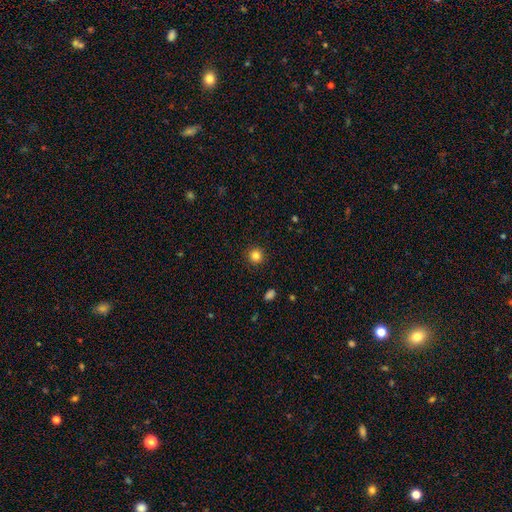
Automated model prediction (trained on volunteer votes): Overall: smooth (83%). How rounded: round (95%). Merging: none (92%).